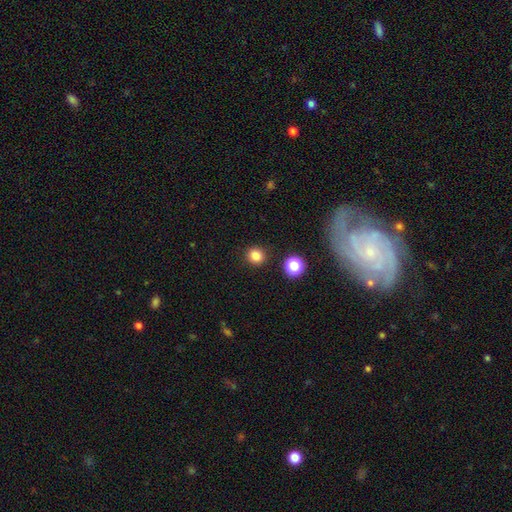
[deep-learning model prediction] Q: Smooth or featured?
A: smooth (83%); runner-up: star or artifact (13%)
Q: How rounded?
A: round (89%); runner-up: in between (10%)
Q: Merging?
A: none (90%); runner-up: minor disturbance (6%)